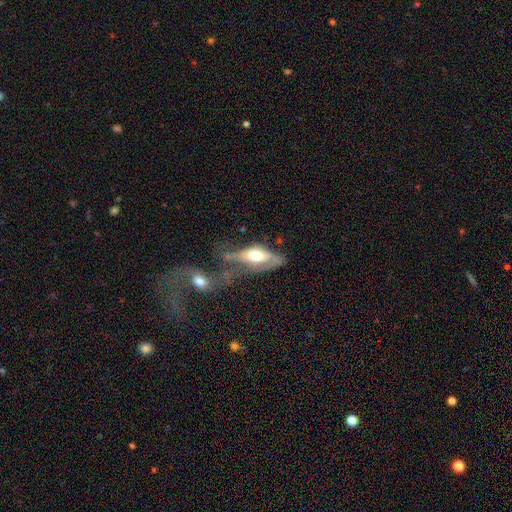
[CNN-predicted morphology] This is possibly a featured or disk galaxy (52%). It is likely not viewed edge-on (75%). Merging: marginally major disturbance (41%).